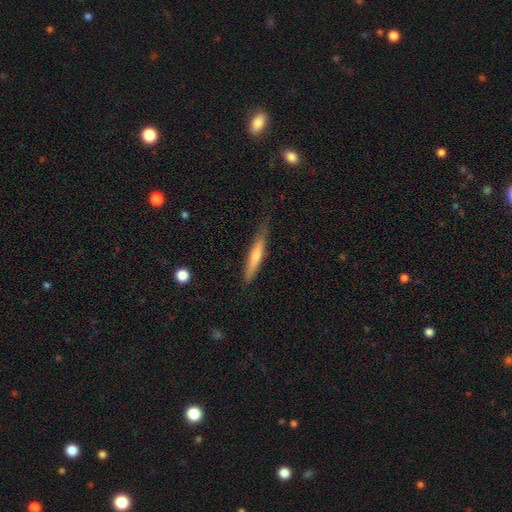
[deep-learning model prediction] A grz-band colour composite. It shows a featured or disk galaxy (49%). Merging: none (78%).